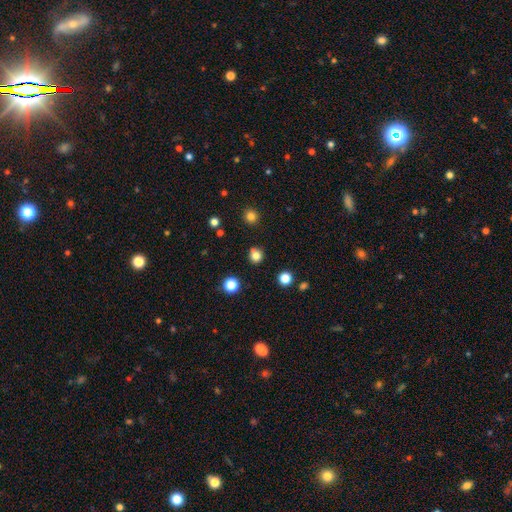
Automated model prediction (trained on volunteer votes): smooth-or-featured: smooth: 80% | star or artifact: 15% | featured or disk: 5%
  how-rounded: round: 88% | in between: 11% | cigar-shaped: 1%
  merging: none: 83% | minor disturbance: 10% | merger: 4% | major disturbance: 3%